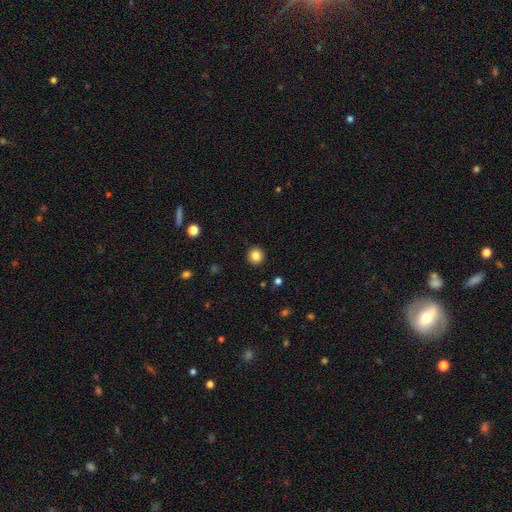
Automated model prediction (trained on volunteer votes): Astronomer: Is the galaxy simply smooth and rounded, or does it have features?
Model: smooth — 84%.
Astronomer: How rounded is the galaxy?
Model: round — 94%.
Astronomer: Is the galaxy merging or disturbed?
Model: none — 93%.